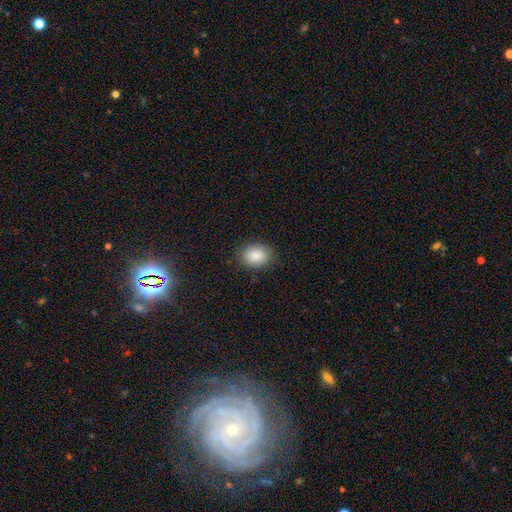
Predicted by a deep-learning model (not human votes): Smooth or featured?
  - smooth: 87% *
  - star or artifact: 7%
  - featured or disk: 6%
How rounded?
  - in between: 65% *
  - round: 34%
  - cigar-shaped: 1%
Merging?
  - none: 85% *
  - minor disturbance: 11%
  - major disturbance: 3%
  - merger: 1%